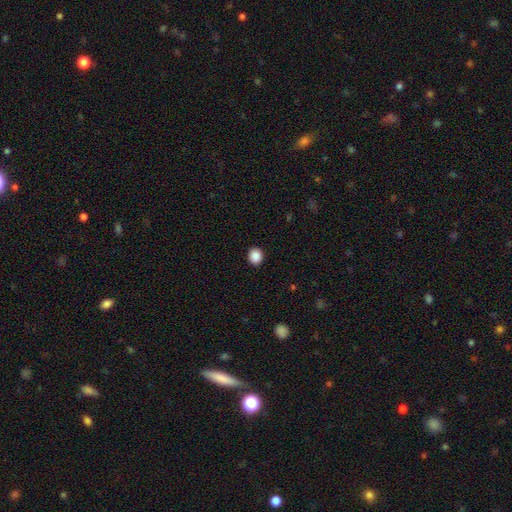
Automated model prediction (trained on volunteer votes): Q: Smooth or featured?
A: smooth (88%); runner-up: star or artifact (9%)
Q: How rounded?
A: round (73%); runner-up: in between (26%)
Q: Merging?
A: none (92%); runner-up: minor disturbance (5%)